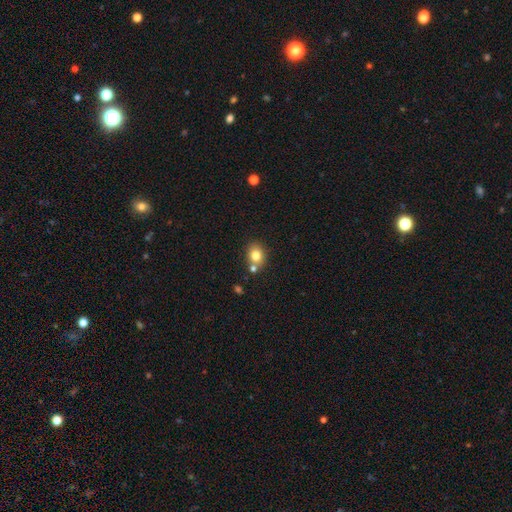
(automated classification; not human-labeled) smooth-or-featured: smooth: 80% | star or artifact: 11% | featured or disk: 10%
  how-rounded: round: 58% | in between: 41% | cigar-shaped: 1%
  merging: none: 67% | merger: 18% | minor disturbance: 11% | major disturbance: 3%